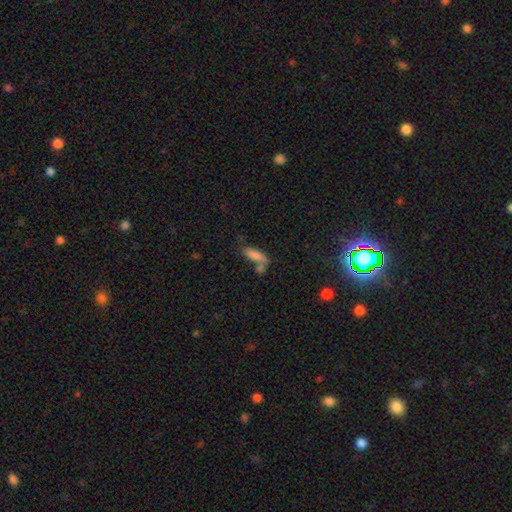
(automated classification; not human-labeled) A smooth galaxy with no disk features (80%) that is in between round and cigar-shaped (63%).

Vote fractions:
- Smooth or featured? smooth: 80% / featured or disk: 11% / star or artifact: 9%
- How rounded? in between: 63% / cigar-shaped: 35% / round: 3%
- Merging? none: 40% / merger: 37% / minor disturbance: 15% / major disturbance: 7%